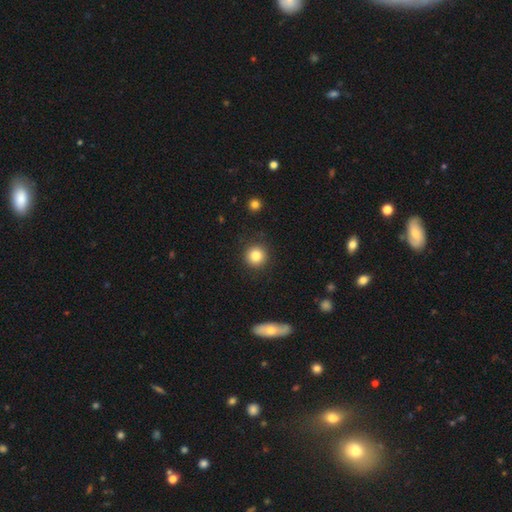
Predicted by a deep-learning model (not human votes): Smooth or featured? Predicted: smooth (p=0.84). How rounded? Predicted: round (p=0.94). Merging? Predicted: none (p=0.90).